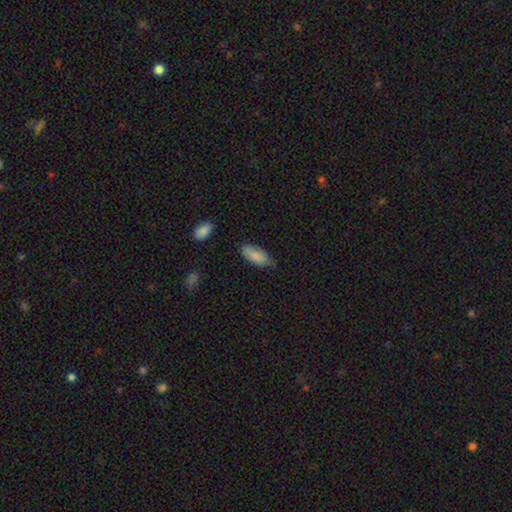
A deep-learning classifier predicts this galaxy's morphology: A smooth galaxy with no disk features (85%) that is in between round and cigar-shaped (85%).

Vote fractions:
- Smooth or featured? smooth: 85% / featured or disk: 9% / star or artifact: 6%
- How rounded? in between: 85% / cigar-shaped: 13% / round: 2%
- Merging? none: 67% / minor disturbance: 27% / major disturbance: 4% / merger: 2%